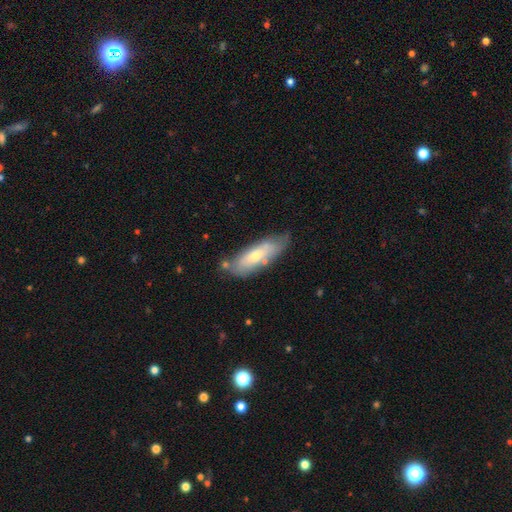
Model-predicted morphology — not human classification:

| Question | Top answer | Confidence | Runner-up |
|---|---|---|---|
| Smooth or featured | smooth | 58% | featured or disk (36%) |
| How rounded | in between | 56% | cigar-shaped (42%) |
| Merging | none | 62% | minor disturbance (24%) |